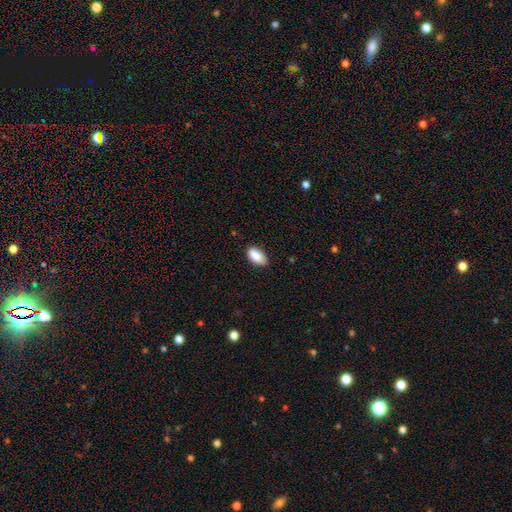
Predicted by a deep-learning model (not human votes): The model was most divided on "merging": none: 79%, minor disturbance: 18%, major disturbance: 2%, merger: 1%. More confident: how rounded — in between (94%); smooth or featured — smooth (89%).